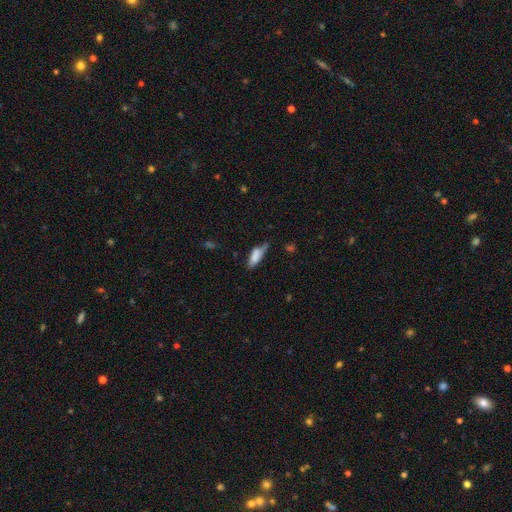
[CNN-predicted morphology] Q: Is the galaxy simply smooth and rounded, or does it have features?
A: smooth — 76%.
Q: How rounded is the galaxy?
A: in between — 64%.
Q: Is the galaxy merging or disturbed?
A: none — 43%.